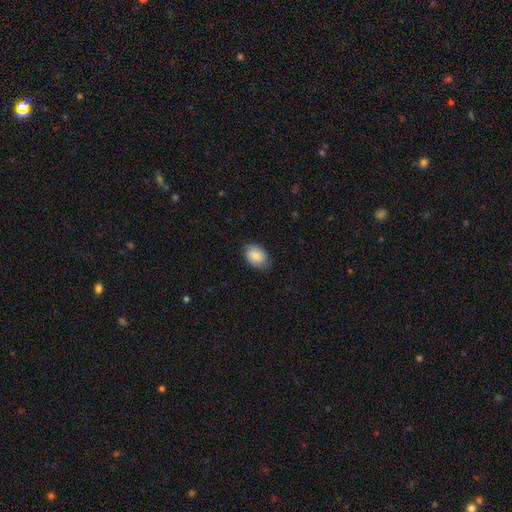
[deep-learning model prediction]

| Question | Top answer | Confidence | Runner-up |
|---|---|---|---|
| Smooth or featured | smooth | 86% | featured or disk (7%) |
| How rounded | in between | 85% | round (14%) |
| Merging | none | 78% | minor disturbance (18%) |